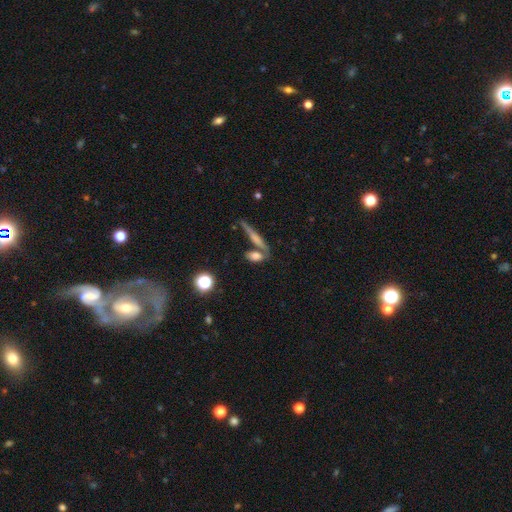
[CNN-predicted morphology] This is likely a smooth galaxy (69%). How rounded: possibly in between (56%). Merging: possibly none (57%).